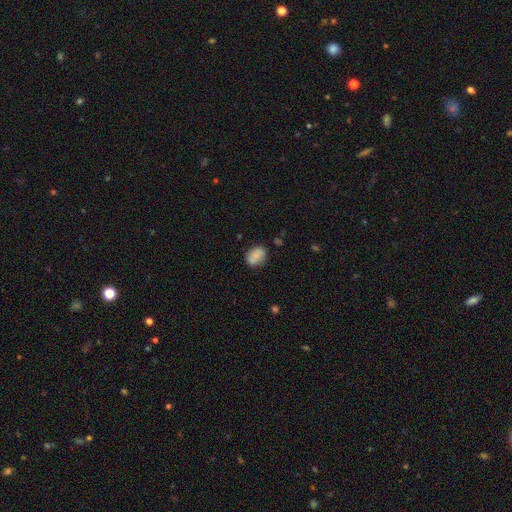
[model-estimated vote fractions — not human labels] This is likely a smooth galaxy (75%). How rounded: likely in between (66%). Merging: likely none (75%).